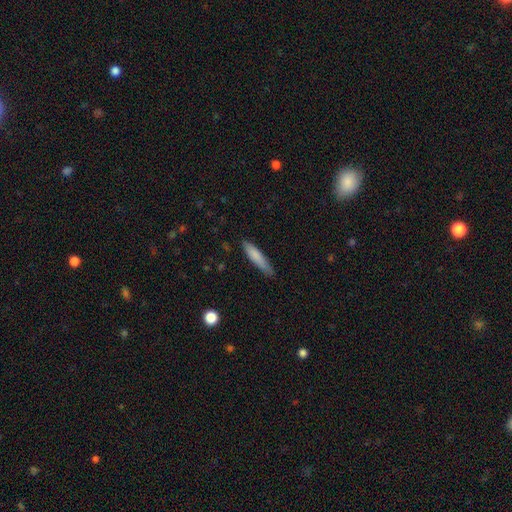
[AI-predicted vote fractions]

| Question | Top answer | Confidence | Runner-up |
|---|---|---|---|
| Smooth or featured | smooth | 80% | featured or disk (14%) |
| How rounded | cigar-shaped | 82% | in between (16%) |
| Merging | none | 77% | minor disturbance (18%) |